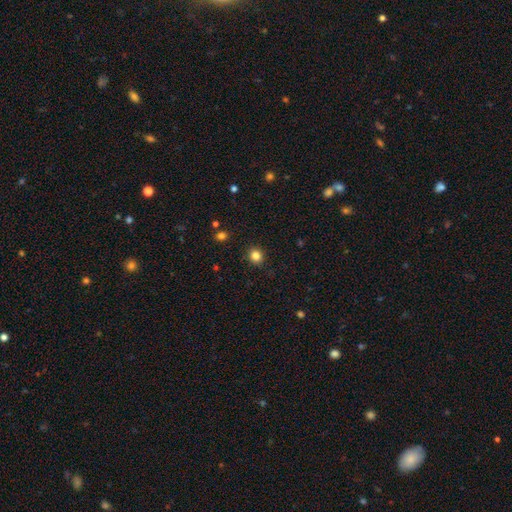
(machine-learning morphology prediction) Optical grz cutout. It shows a smooth galaxy with no disk features (84%) that is round (81%). Merging: none (90%).